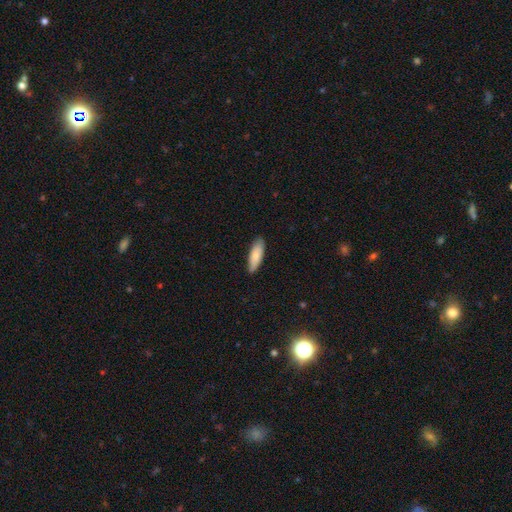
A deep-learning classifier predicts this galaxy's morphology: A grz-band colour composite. It shows a smooth galaxy with no disk features (79%) that is in between round and cigar-shaped (61%). Merging: none (84%).